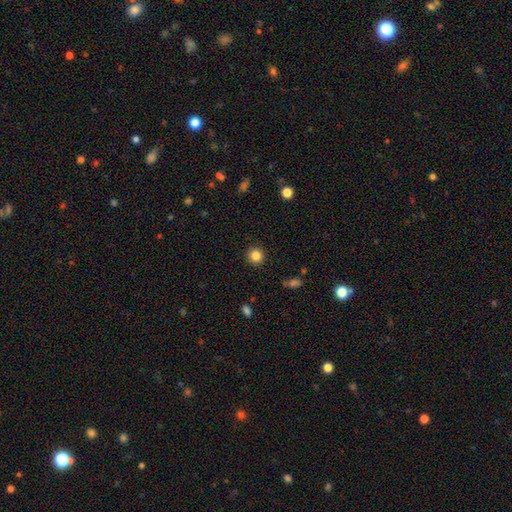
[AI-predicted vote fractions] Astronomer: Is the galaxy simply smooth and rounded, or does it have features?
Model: smooth — 84%.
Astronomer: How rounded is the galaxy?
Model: round — 93%.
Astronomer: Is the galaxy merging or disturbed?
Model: none — 91%.